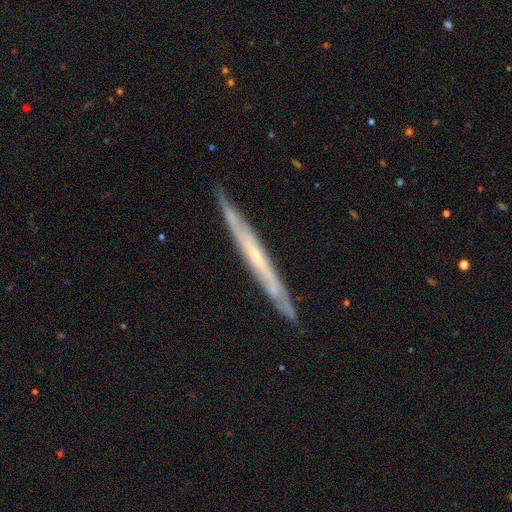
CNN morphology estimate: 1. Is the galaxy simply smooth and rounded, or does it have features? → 72% featured or disk, 21% smooth, 6% star or artifact.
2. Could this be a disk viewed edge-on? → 89% yes, 11% no.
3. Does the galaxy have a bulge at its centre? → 73% none, 23% rounded, 4% boxy.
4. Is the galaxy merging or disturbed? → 85% none, 12% minor disturbance, 2% major disturbance, 1% merger.